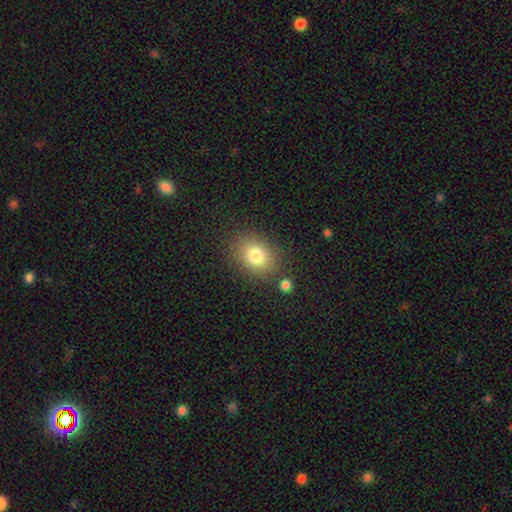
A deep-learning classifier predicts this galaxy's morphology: Smooth or featured? Predicted: smooth (p=0.80). How rounded? Predicted: in between (p=0.54). Merging? Predicted: none (p=0.80).